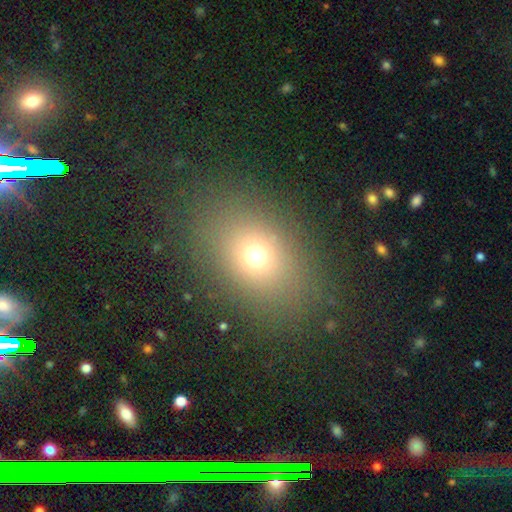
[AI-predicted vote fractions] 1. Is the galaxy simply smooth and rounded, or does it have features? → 68% smooth, 19% star or artifact, 13% featured or disk.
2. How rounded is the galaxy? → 64% in between, 35% round, 2% cigar-shaped.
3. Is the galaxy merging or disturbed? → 83% none, 10% minor disturbance, 6% major disturbance, 2% merger.